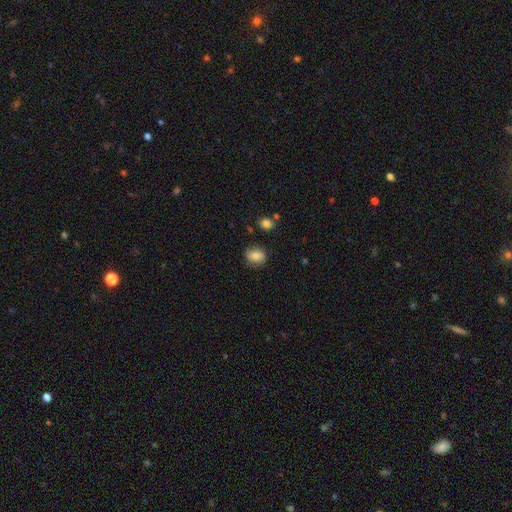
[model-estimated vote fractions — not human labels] This appears to be a smooth galaxy with no disk features (74%) that is round (58%). Merging: none (82%).